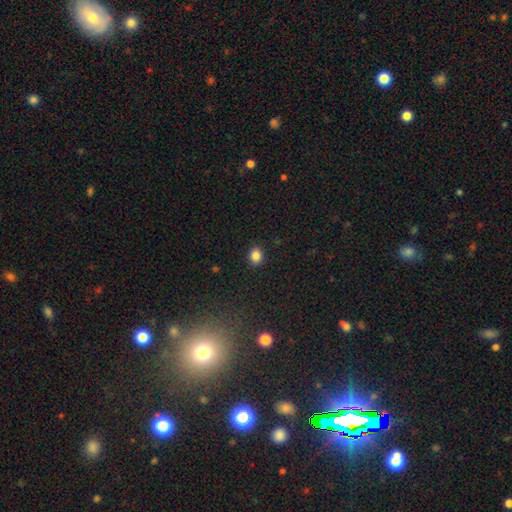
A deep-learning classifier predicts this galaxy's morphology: A smooth galaxy with no disk features (85%) that is round (60%).

Vote fractions:
- Smooth or featured? smooth: 85% / star or artifact: 11% / featured or disk: 4%
- How rounded? round: 60% / in between: 39% / cigar-shaped: 1%
- Merging? none: 90% / minor disturbance: 7% / major disturbance: 2% / merger: 1%